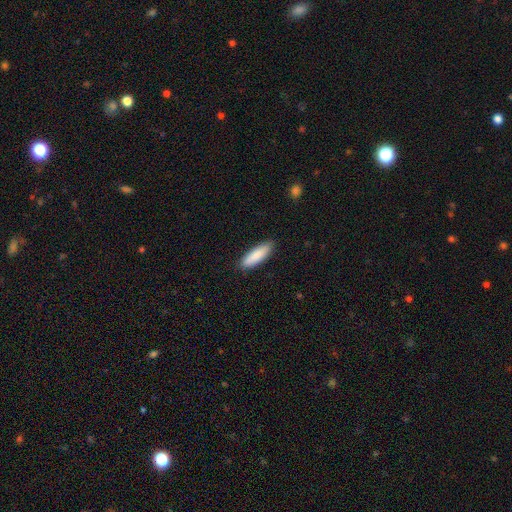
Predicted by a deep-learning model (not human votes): The model was most divided on "how rounded": cigar-shaped: 53%, in between: 46%, round: 1%. More confident: smooth or featured — smooth (87%); merging — none (87%).